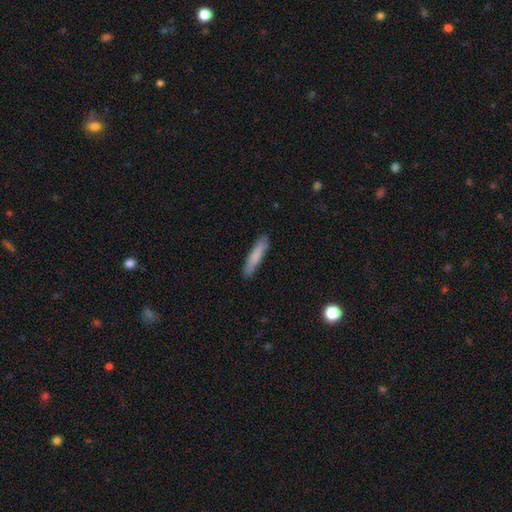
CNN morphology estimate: Q: Smooth or featured?
A: smooth (78%); runner-up: featured or disk (16%)
Q: How rounded?
A: cigar-shaped (87%); runner-up: in between (11%)
Q: Merging?
A: none (86%); runner-up: minor disturbance (10%)